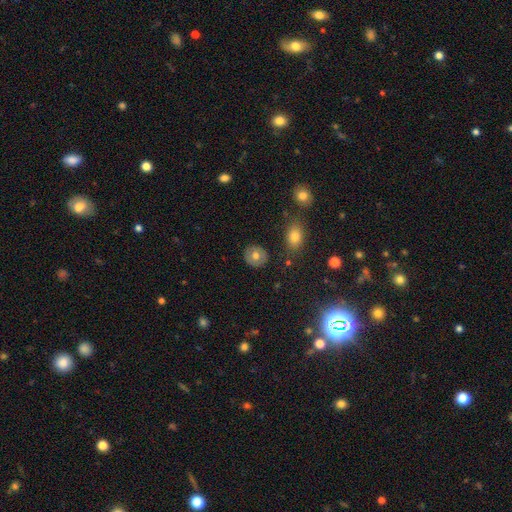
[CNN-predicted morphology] Smooth or featured? Predicted: smooth (p=0.69). How rounded? Predicted: round (p=0.83). Merging? Predicted: none (p=0.86).